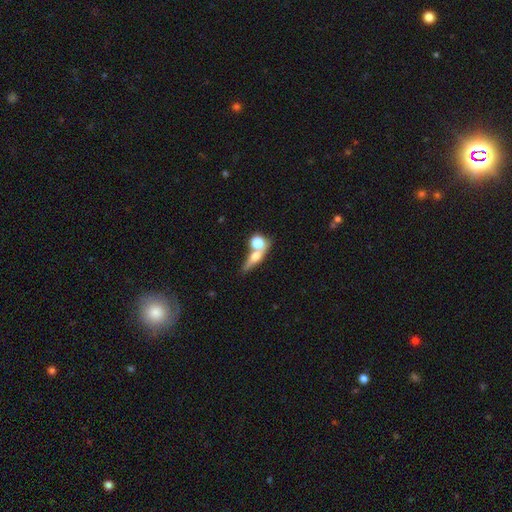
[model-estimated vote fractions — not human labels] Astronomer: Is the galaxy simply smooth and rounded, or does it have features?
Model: smooth — 56% (runner-up: featured or disk, 33%).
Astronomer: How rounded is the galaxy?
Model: round — 35% (runner-up: in between, 34%).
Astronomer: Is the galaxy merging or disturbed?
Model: merger — 46% (runner-up: none, 36%).